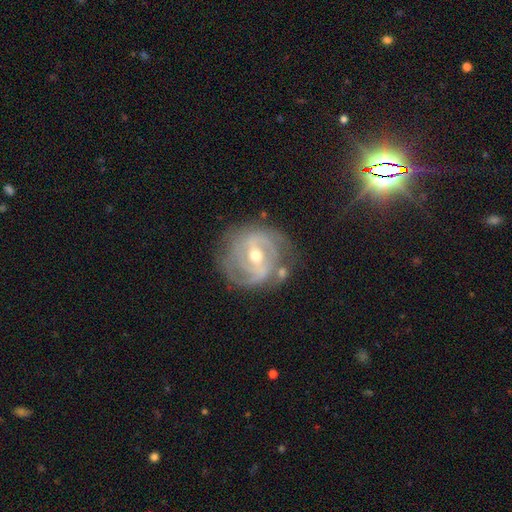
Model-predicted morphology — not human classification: Smooth or featured? featured or disk (87%)
Edge-on disk? no (97%)
Bar? weak (46%)
Spiral arms? yes (94%)
Spiral winding? tight (56%)
Spiral arm count? 2 (42%)
Bulge size? moderate (63%)
Merging? none (71%)